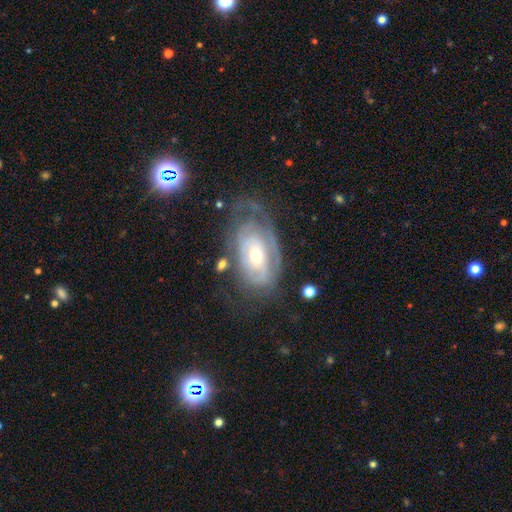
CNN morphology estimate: smooth-or-featured: featured or disk: 78% | smooth: 16% | star or artifact: 6%
  disk-edge-on: no: 94% | yes: 6%
    bar: no: 70% | weak: 23% | strong: 8%
    has-spiral-arms: yes: 77% | no: 23%
      spiral-winding: tight: 70% | medium: 22% | loose: 8%
      spiral-arm-count: can't tell: 53% | 2: 24% | 1: 10% | 3: 7% | 4: 3% | more than 4: 3%
    bulge-size: small: 49% | moderate: 46% | large: 3% | none: 1% | dominant: 1%
  merging: none: 51% | minor disturbance: 25% | major disturbance: 21% | merger: 3%